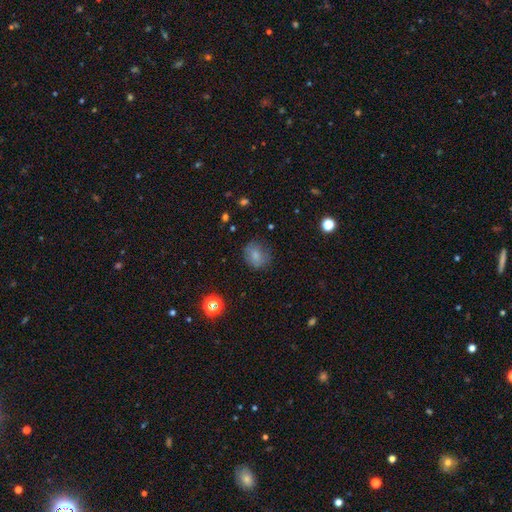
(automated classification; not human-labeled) This is likely a smooth galaxy (76%). How rounded: likely round (66%). Merging: likely none (71%).